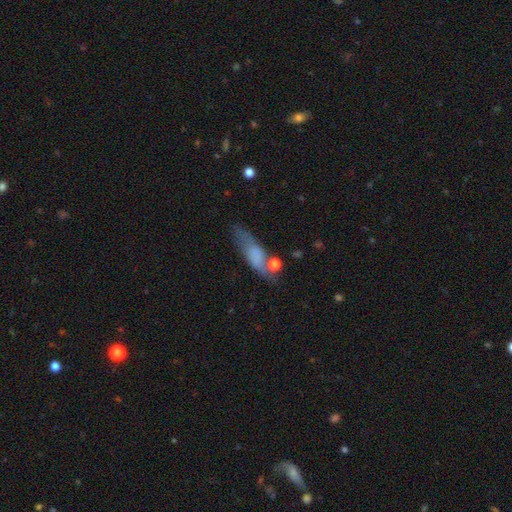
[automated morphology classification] A smooth galaxy with no disk features (64%) that is cigar-shaped (51%).

Vote fractions:
- Smooth or featured? smooth: 64% / featured or disk: 26% / star or artifact: 9%
- How rounded? cigar-shaped: 51% / in between: 45% / round: 4%
- Merging? none: 52% / minor disturbance: 25% / major disturbance: 13% / merger: 9%